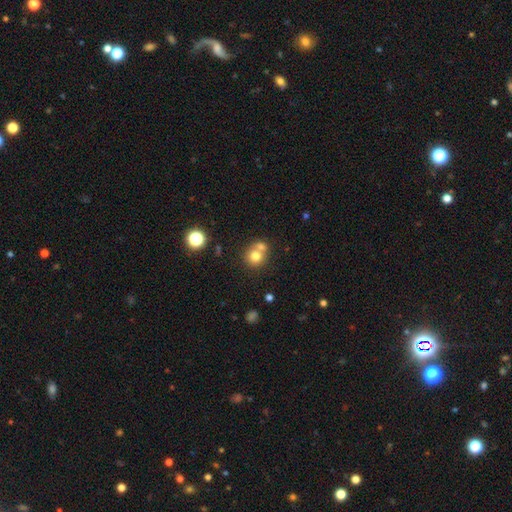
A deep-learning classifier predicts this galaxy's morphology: Smooth or featured? Predicted: smooth (p=0.73). How rounded? Predicted: round (p=0.84). Merging? Predicted: merger (p=0.46).